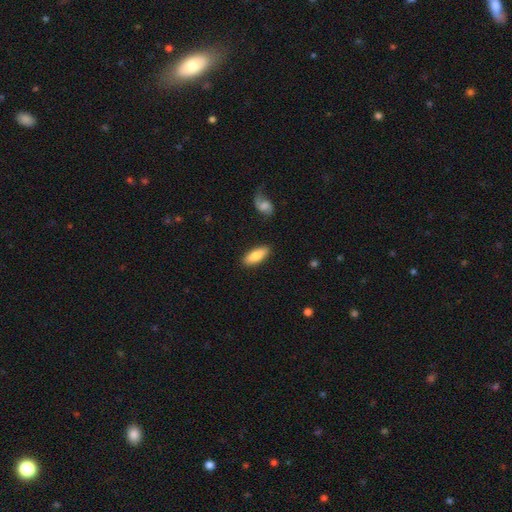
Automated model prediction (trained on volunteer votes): smooth_or_featured: smooth (p=0.81) [alt: featured or disk p=0.13]
how_rounded: in between (p=0.75) [alt: cigar-shaped p=0.23]
merging: none (p=0.86) [alt: minor disturbance p=0.09]